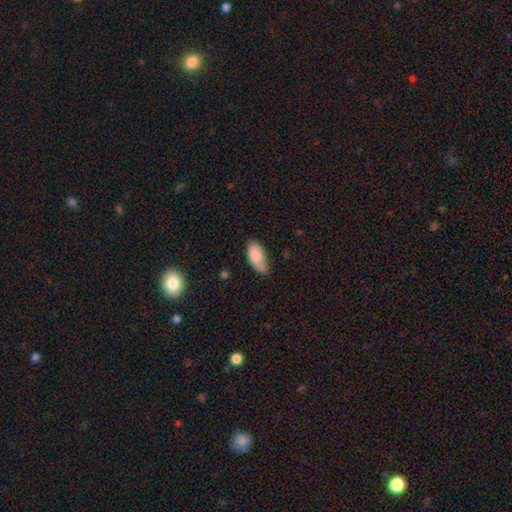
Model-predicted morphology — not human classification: A smooth galaxy with no disk features (81%) that is in between round and cigar-shaped (90%).

Vote fractions:
- Smooth or featured? smooth: 81% / featured or disk: 12% / star or artifact: 7%
- How rounded? in between: 90% / cigar-shaped: 7% / round: 2%
- Merging? none: 51% / minor disturbance: 35% / major disturbance: 10% / merger: 4%